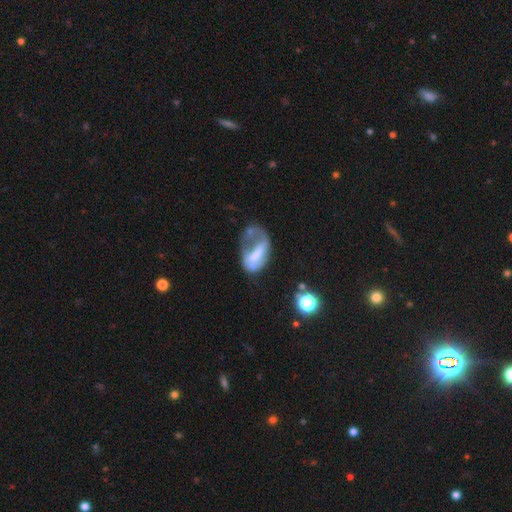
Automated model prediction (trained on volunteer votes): Smooth or featured: featured or disk — 50% (smooth — 40%)
Merging: major disturbance — 48% (none — 21%)